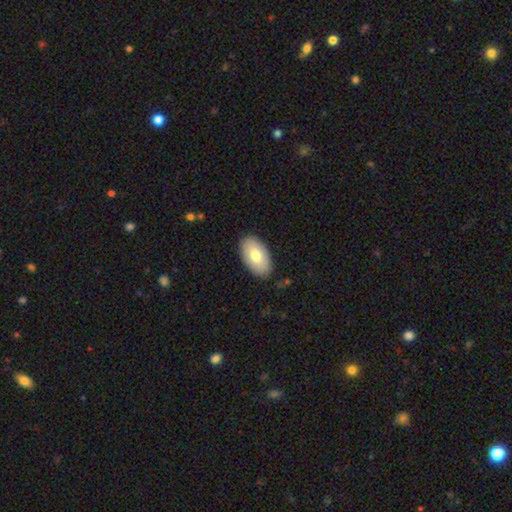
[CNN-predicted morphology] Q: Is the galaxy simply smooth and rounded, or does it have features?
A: smooth — 74%.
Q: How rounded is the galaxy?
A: in between — 95%.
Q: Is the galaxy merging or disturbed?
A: none — 87%.